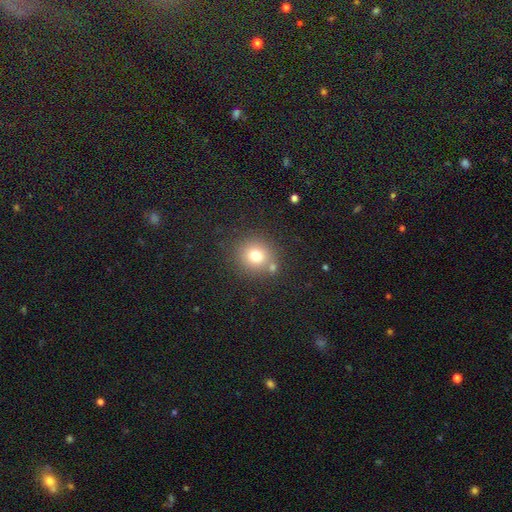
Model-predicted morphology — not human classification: Overall: smooth (75%). How rounded: round (88%). Merging: none (75%).